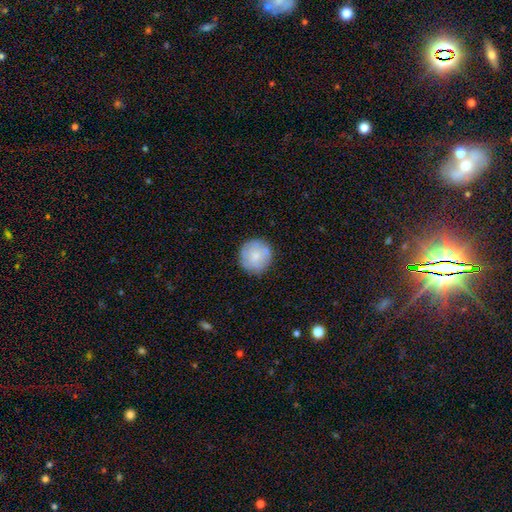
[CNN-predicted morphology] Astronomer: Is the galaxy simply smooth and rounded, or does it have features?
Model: smooth — 71%.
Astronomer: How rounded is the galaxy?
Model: round — 95%.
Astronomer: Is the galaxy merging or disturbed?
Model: none — 83%.